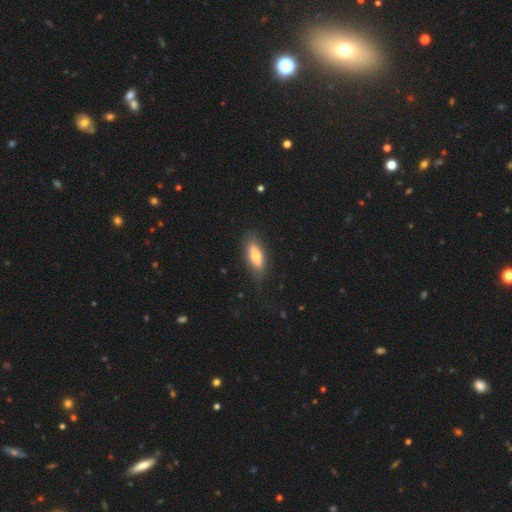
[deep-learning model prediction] Q: Smooth or featured?
A: smooth (73%); runner-up: featured or disk (21%)
Q: How rounded?
A: in between (65%); runner-up: cigar-shaped (33%)
Q: Merging?
A: none (79%); runner-up: minor disturbance (16%)